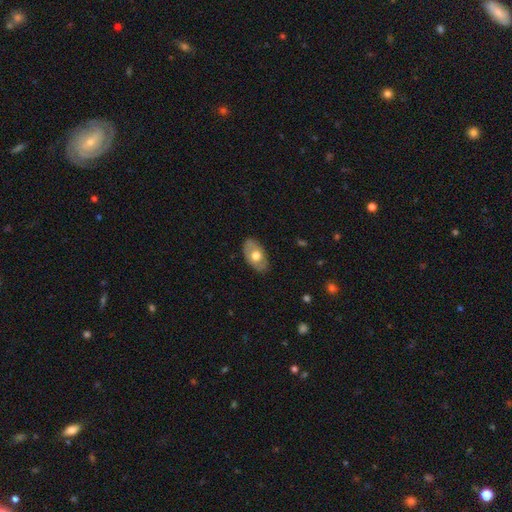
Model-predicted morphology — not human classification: type=smooth (57%); roundness=in between (91%); merging=none (83%).